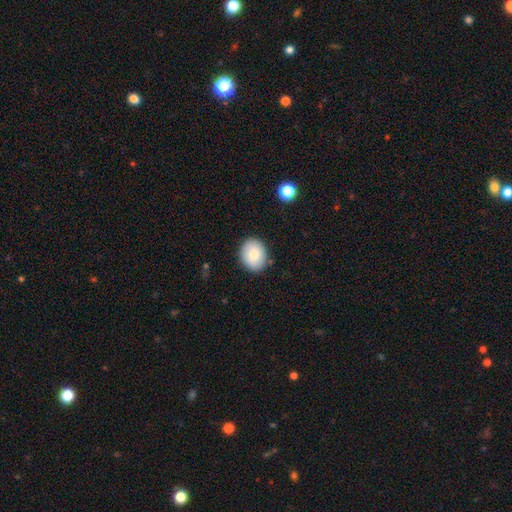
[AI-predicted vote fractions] Overall: smooth (82%). How rounded: round (56%; in between 43%). Merging: none (86%).